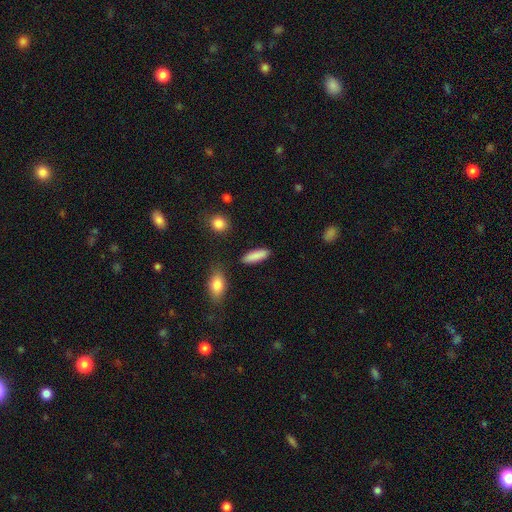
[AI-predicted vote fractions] smooth 88%, star or artifact 6%, featured or disk 6%. Down the decision tree: how rounded — in between (52%); merging — none (87%).